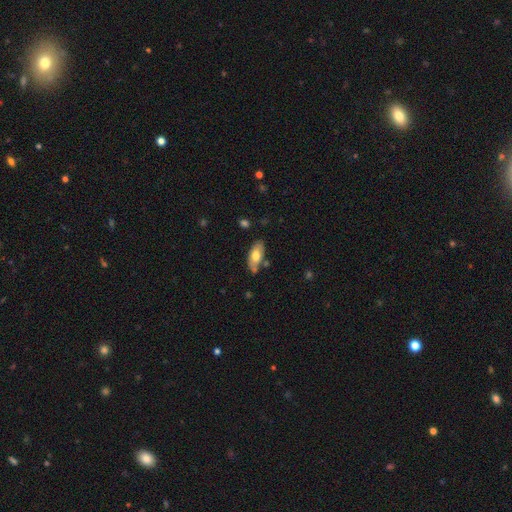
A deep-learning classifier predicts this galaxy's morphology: Smooth or featured?
  - smooth: 65% *
  - featured or disk: 29%
  - star or artifact: 6%
How rounded?
  - in between: 89% *
  - cigar-shaped: 8%
  - round: 2%
Merging?
  - none: 71% *
  - minor disturbance: 18%
  - merger: 7%
  - major disturbance: 4%